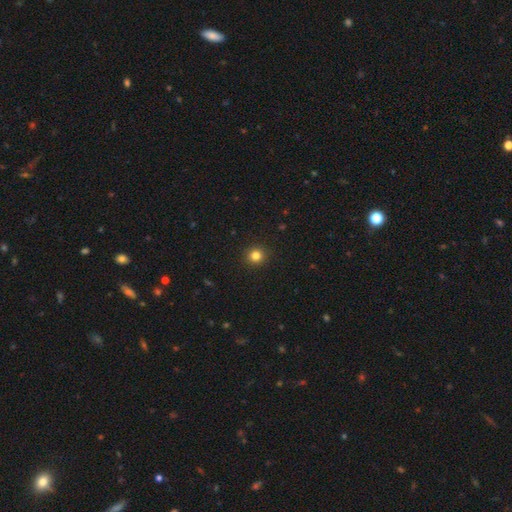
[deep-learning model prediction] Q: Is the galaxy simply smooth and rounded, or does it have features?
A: smooth — 82%.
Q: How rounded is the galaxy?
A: round — 93%.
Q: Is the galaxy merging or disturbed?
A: none — 93%.